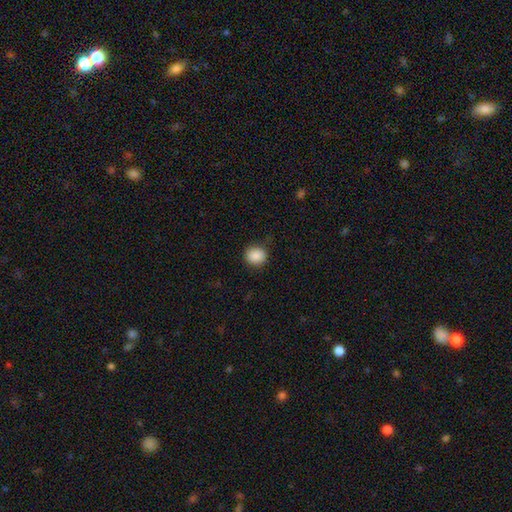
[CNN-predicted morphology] Smooth or featured: smooth — 88% (star or artifact — 9%)
How rounded: round — 81% (in between — 18%)
Merging: none — 84% (minor disturbance — 12%)